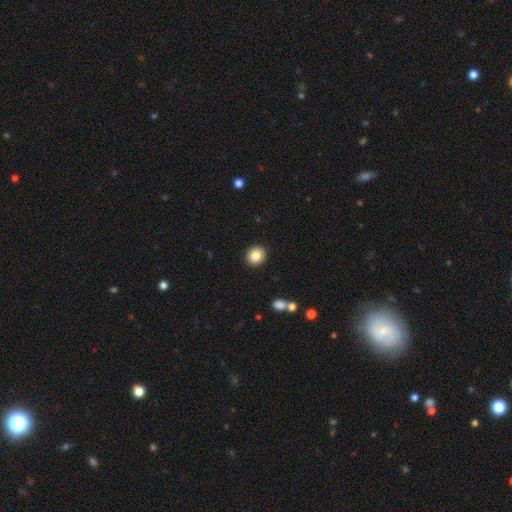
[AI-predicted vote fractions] smooth_or_featured: smooth (p=0.85) [alt: star or artifact p=0.09]
how_rounded: round (p=0.84) [alt: in between p=0.15]
merging: none (p=0.92) [alt: minor disturbance p=0.05]